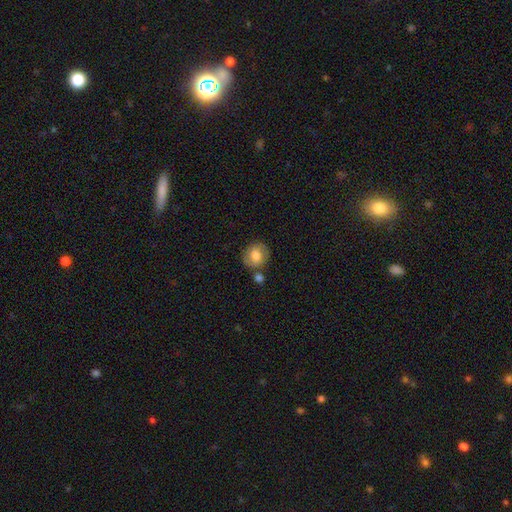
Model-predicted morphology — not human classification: Smooth or featured? smooth (76%)
How rounded? round (77%)
Merging? none (72%)